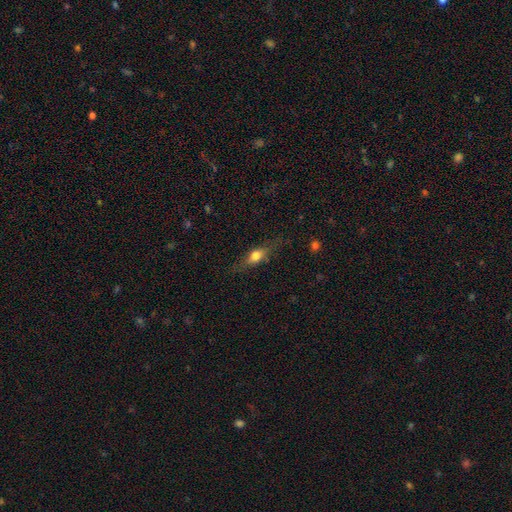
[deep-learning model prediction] Smooth or featured? Predicted: smooth (p=0.52). How rounded? Predicted: cigar-shaped (p=0.47). Merging? Predicted: none (p=0.75).